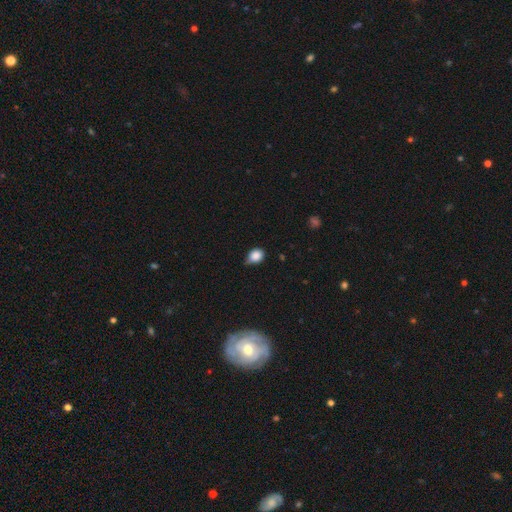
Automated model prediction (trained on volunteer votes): The model was most divided on "how rounded": in between: 53%, round: 45%, cigar-shaped: 1%. More confident: smooth or featured — smooth (86%); merging — none (53%).